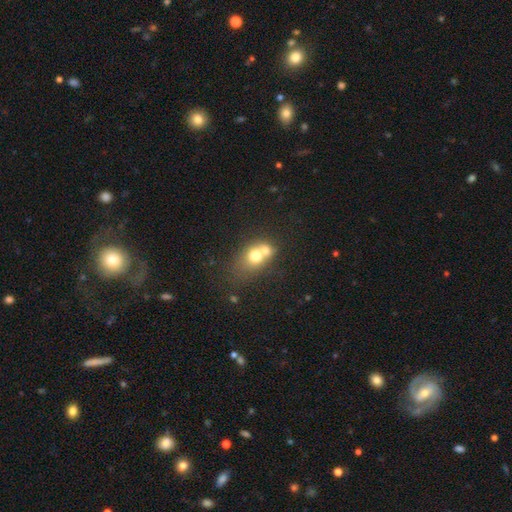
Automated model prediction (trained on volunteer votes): A smooth galaxy with no disk features (66%) that is round (54%). Merging: merger (65%).